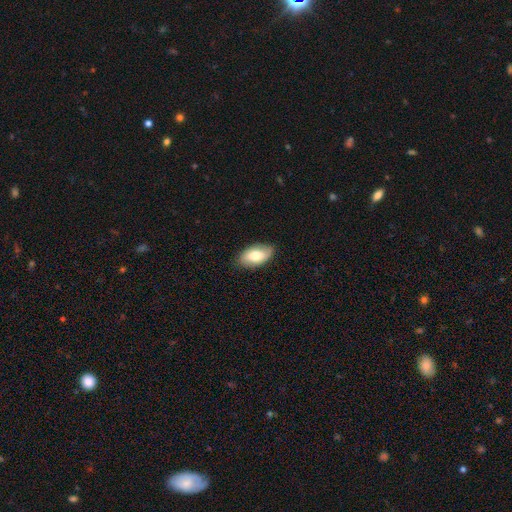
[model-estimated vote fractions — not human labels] This appears to be a smooth galaxy with no disk features (69%) that is in between round and cigar-shaped (94%). Merging: none (83%).